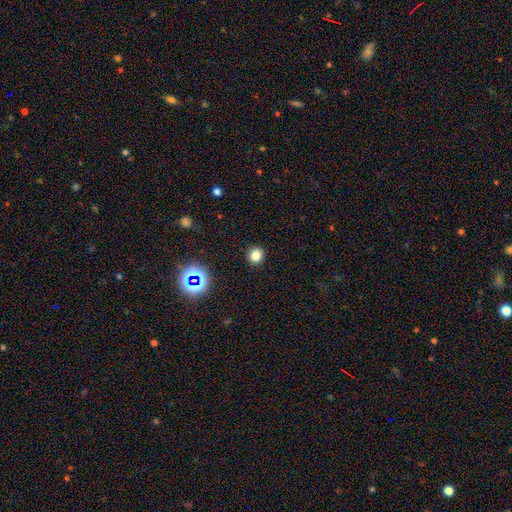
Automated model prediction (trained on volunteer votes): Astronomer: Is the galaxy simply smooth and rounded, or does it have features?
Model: smooth — 79%.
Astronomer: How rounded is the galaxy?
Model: round — 89%.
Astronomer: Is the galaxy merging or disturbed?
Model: none — 92%.